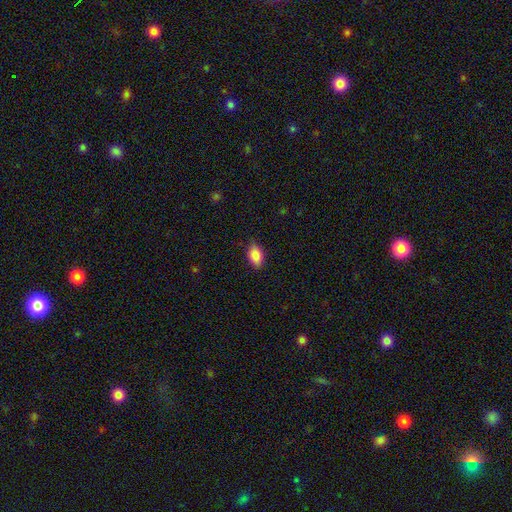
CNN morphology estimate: The model was most divided on "merging": none: 84%, minor disturbance: 13%, major disturbance: 3%, merger: 1%. More confident: how rounded — in between (89%); smooth or featured — smooth (86%).